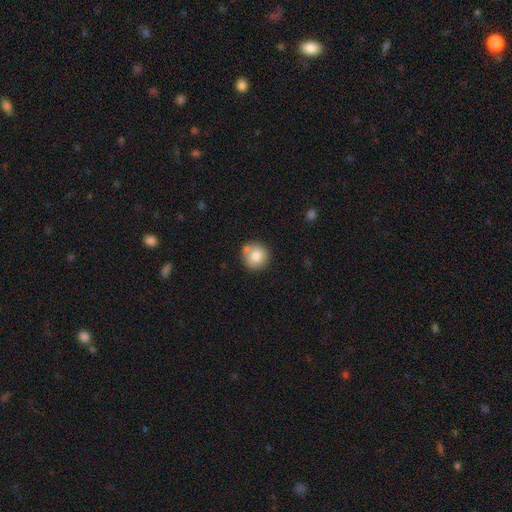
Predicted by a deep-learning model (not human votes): This is likely a smooth galaxy (80%). How rounded: clearly round (93%). Merging: likely none (71%).